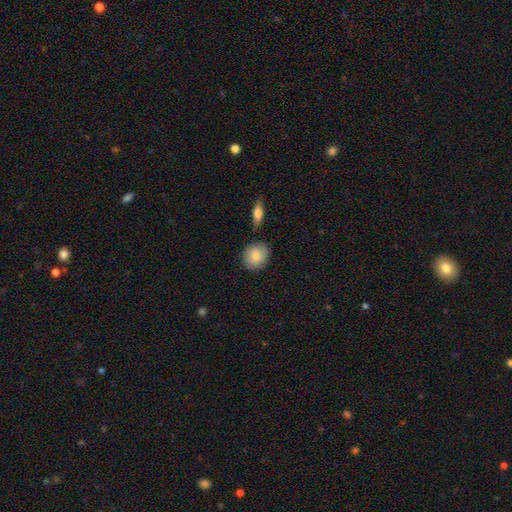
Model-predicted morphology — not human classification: Q: Smooth or featured?
A: smooth (79%); runner-up: featured or disk (14%)
Q: How rounded?
A: round (67%); runner-up: in between (31%)
Q: Merging?
A: none (81%); runner-up: minor disturbance (12%)